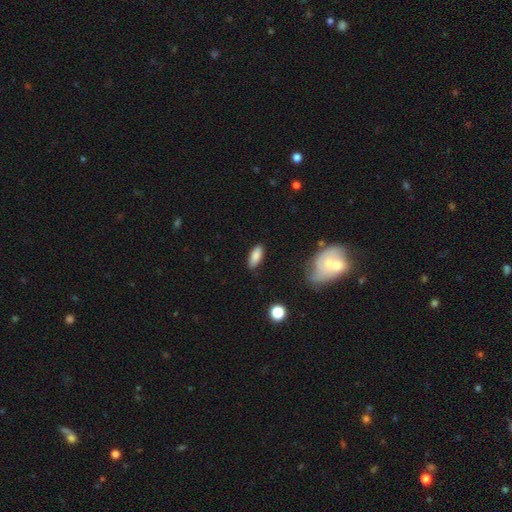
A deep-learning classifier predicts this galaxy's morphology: type=smooth (85%); roundness=in between (79%); merging=none (84%).